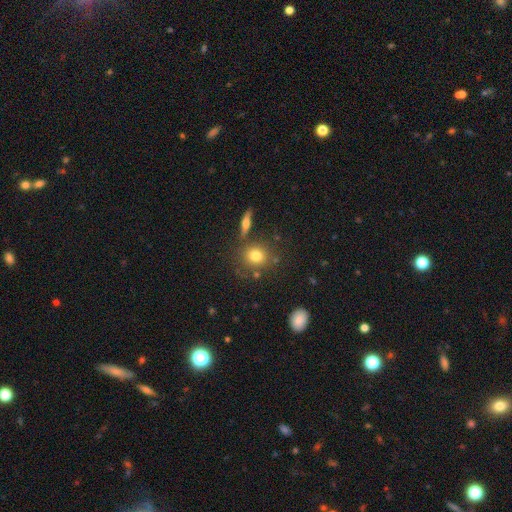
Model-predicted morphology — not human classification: smooth_or_featured: smooth (p=0.76) [alt: featured or disk p=0.12]
how_rounded: round (p=0.81) [alt: in between p=0.17]
merging: none (p=0.75) [alt: minor disturbance p=0.11]